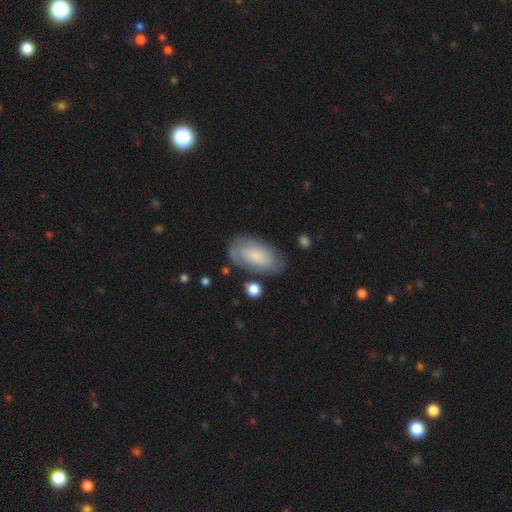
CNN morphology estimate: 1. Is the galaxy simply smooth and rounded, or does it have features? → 55% smooth, 38% featured or disk, 7% star or artifact.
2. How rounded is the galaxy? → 92% in between, 4% cigar-shaped, 3% round.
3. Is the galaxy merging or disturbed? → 72% none, 19% minor disturbance, 6% major disturbance, 3% merger.